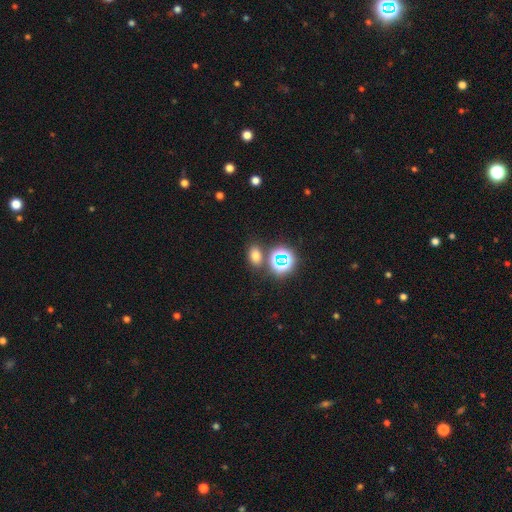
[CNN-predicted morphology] Smooth or featured?
  - smooth: 67% *
  - star or artifact: 26%
  - featured or disk: 7%
How rounded?
  - in between: 72% *
  - round: 26%
  - cigar-shaped: 2%
Merging?
  - none: 77% *
  - minor disturbance: 10%
  - merger: 9%
  - major disturbance: 4%